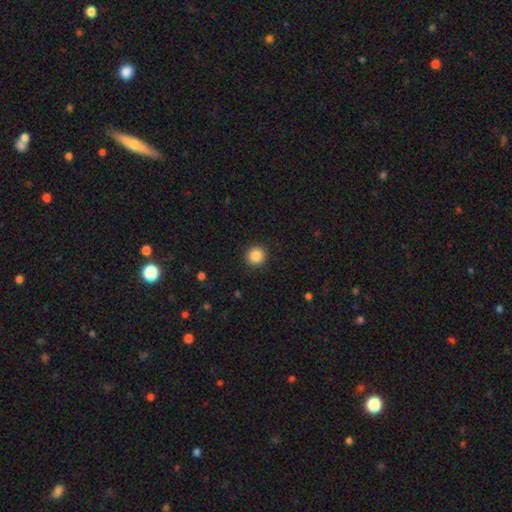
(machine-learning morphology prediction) Overall: smooth (87%). How rounded: round (95%). Merging: none (92%).